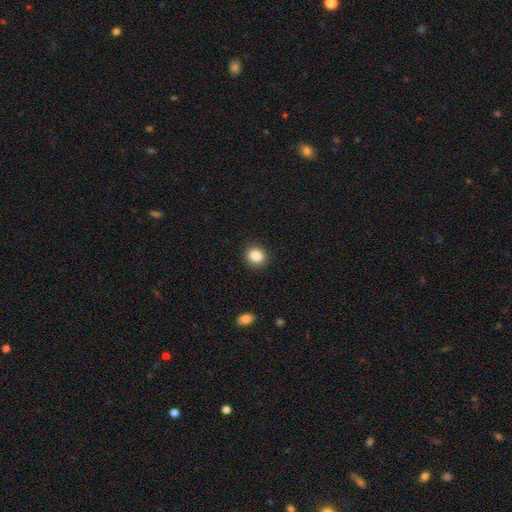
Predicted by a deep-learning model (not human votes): Smooth or featured: smooth — 86% (star or artifact — 10%)
How rounded: round — 76% (in between — 23%)
Merging: none — 90% (minor disturbance — 7%)